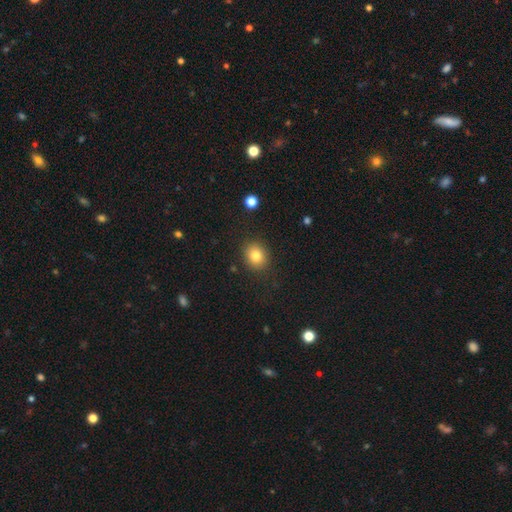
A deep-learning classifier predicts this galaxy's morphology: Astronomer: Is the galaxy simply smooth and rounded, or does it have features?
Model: smooth — 81%.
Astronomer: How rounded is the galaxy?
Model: round — 71%.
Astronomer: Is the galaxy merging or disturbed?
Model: none — 87%.